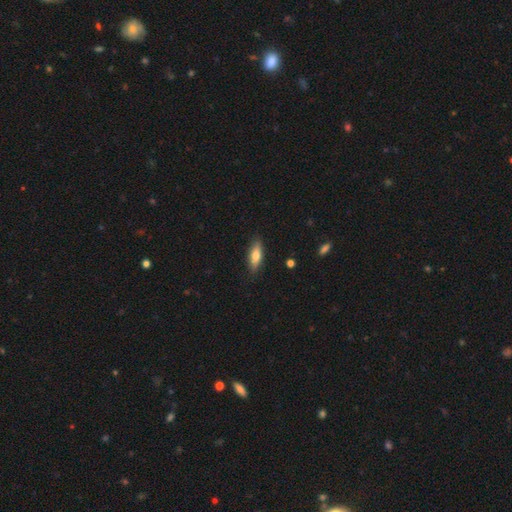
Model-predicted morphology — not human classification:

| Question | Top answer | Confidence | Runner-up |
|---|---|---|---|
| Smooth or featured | smooth | 69% | featured or disk (25%) |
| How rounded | in between | 55% | cigar-shaped (43%) |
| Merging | none | 86% | minor disturbance (10%) |